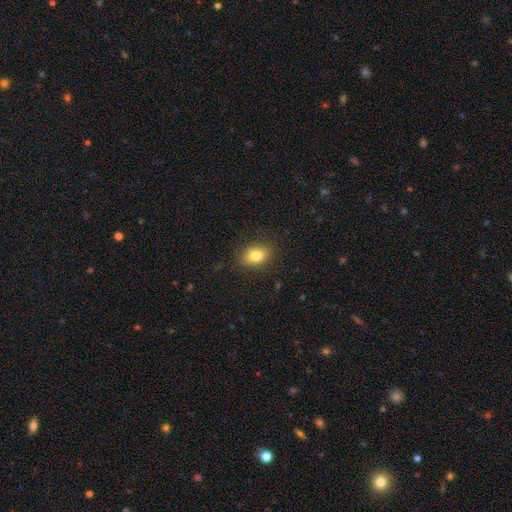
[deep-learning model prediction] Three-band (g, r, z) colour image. It shows a smooth galaxy with no disk features (81%) that is in between round and cigar-shaped (76%). Merging: none (86%).